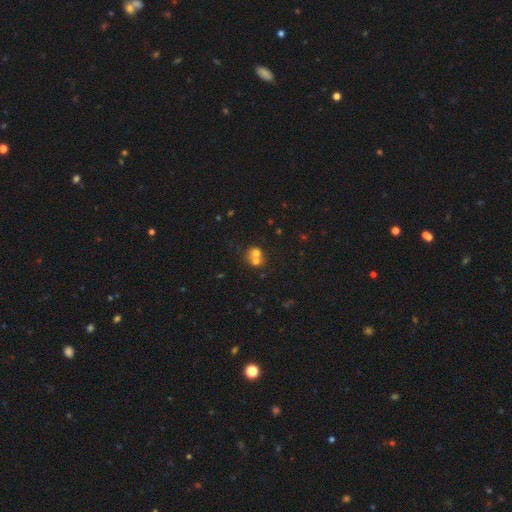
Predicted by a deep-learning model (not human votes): Smooth or featured? smooth (65%)
How rounded? round (77%)
Merging? merger (60%)